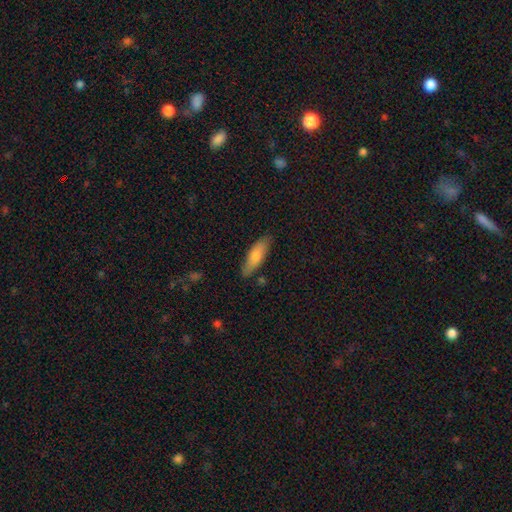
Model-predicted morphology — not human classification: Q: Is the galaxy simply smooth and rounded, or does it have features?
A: smooth — 79%.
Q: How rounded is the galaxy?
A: in between — 53%.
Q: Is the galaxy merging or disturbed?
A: none — 82%.